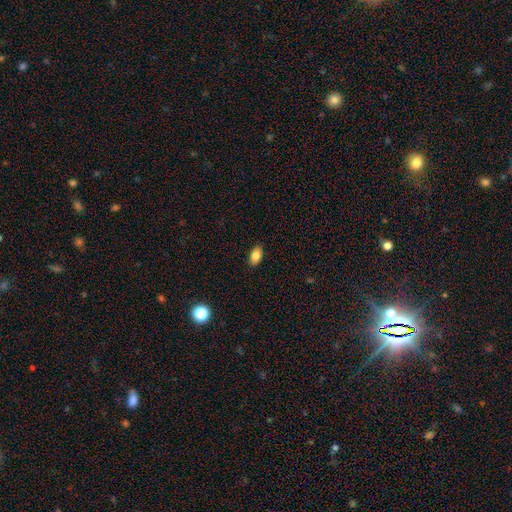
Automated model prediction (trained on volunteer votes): A smooth galaxy with no disk features (85%) that is in between round and cigar-shaped (91%). Merging: none (89%).